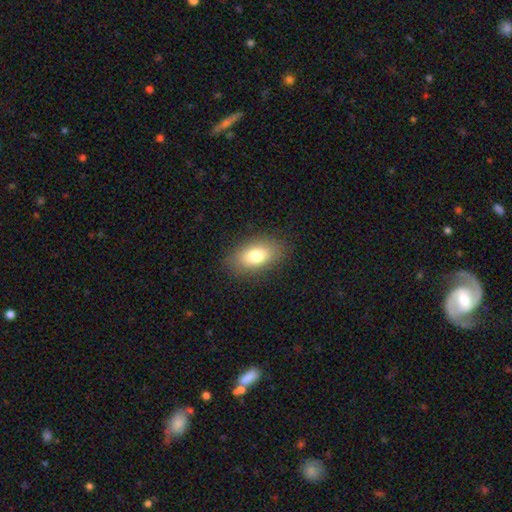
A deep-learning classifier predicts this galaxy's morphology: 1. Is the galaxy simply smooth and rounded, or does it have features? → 77% smooth, 14% featured or disk, 9% star or artifact.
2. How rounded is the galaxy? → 88% in between, 9% round, 3% cigar-shaped.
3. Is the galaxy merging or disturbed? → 85% none, 10% minor disturbance, 4% major disturbance, 1% merger.